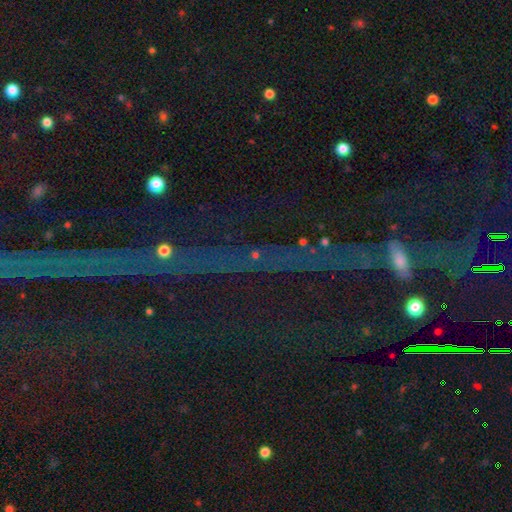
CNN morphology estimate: A star or artifact, not a galaxy (74%).